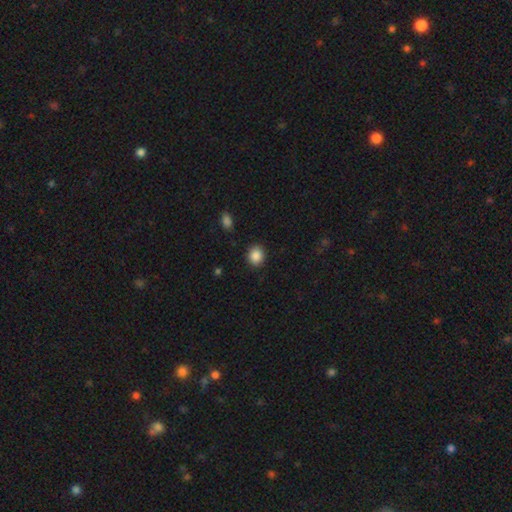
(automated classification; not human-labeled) Smooth or featured? Predicted: smooth (p=0.87). How rounded? Predicted: round (p=0.74). Merging? Predicted: none (p=0.89).